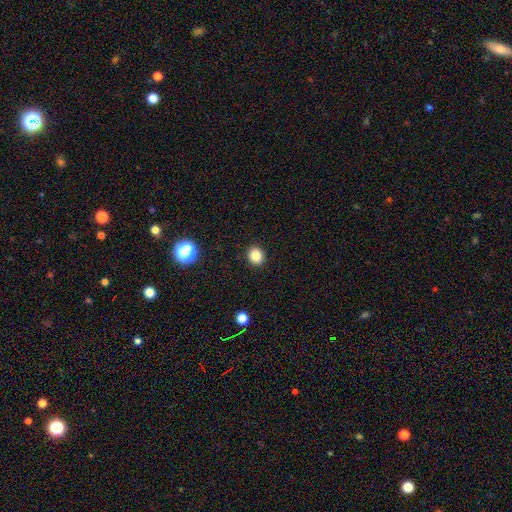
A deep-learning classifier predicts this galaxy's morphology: A smooth galaxy with no disk features (83%) that is round (74%). Merging: none (92%).